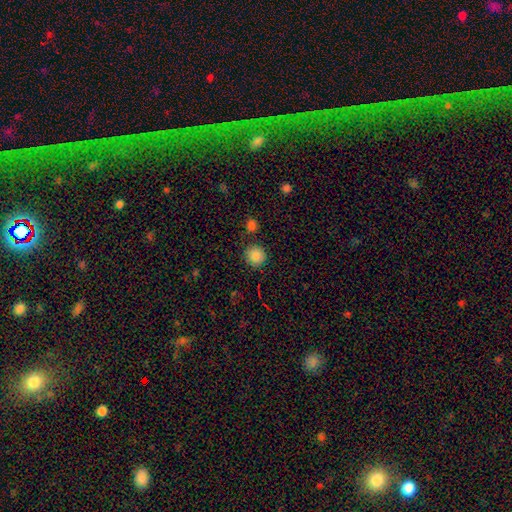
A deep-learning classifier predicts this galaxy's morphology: Smooth or featured: smooth — 87% (star or artifact — 10%)
How rounded: round — 93% (in between — 6%)
Merging: none — 85% (minor disturbance — 8%)